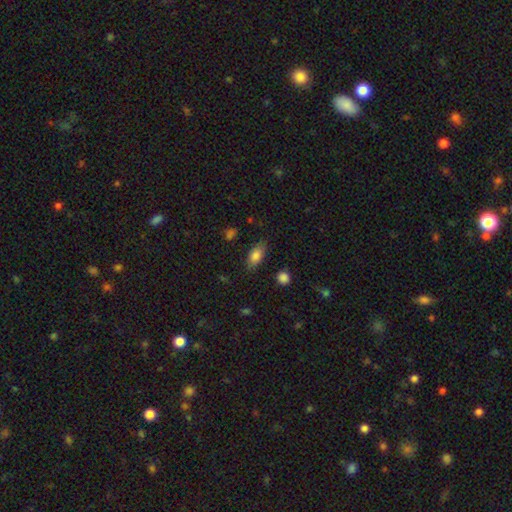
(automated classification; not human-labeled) Smooth or featured? Predicted: smooth (p=0.81). How rounded? Predicted: in between (p=0.86). Merging? Predicted: none (p=0.80).